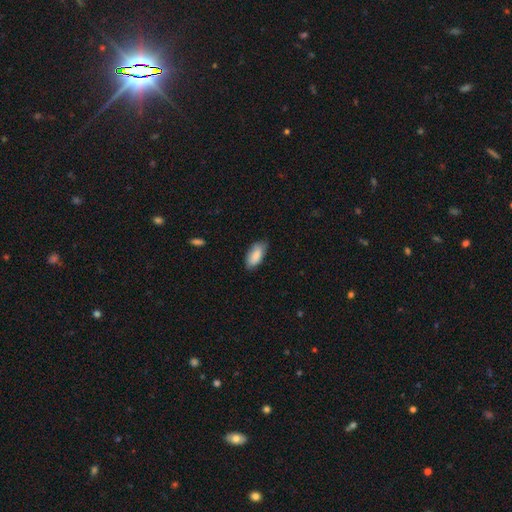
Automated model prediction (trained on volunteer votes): Overall: smooth (87%). How rounded: in between (90%). Merging: none (75%).